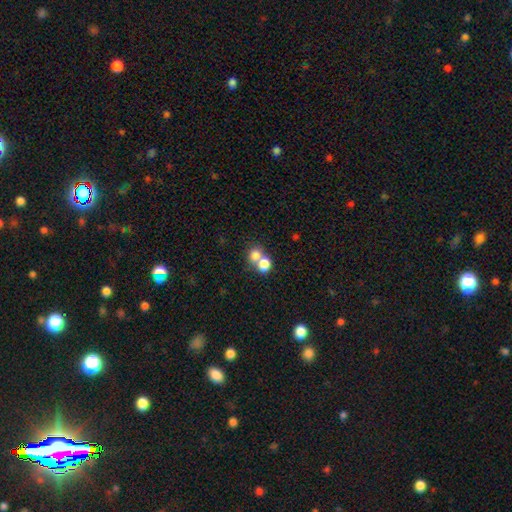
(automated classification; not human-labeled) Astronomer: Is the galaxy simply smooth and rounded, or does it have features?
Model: smooth — 79%.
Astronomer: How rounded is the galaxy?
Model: round — 61% (runner-up: in between, 38%).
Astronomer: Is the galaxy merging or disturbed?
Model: merger — 61%.